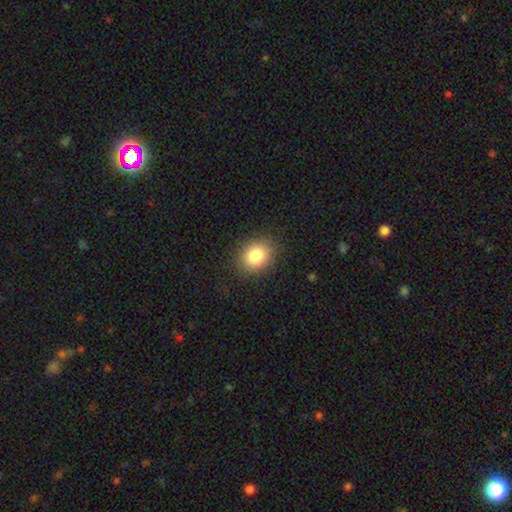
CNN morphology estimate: Smooth or featured?
  - smooth: 83% *
  - star or artifact: 9%
  - featured or disk: 8%
How rounded?
  - round: 53% *
  - in between: 47%
  - cigar-shaped: 1%
Merging?
  - none: 87% *
  - minor disturbance: 9%
  - major disturbance: 3%
  - merger: 1%